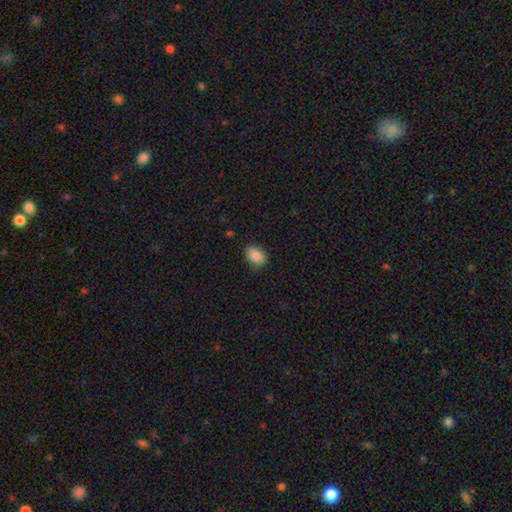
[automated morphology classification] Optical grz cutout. It shows a smooth galaxy with no disk features (87%) that is in between round and cigar-shaped (76%). Merging: none (77%).